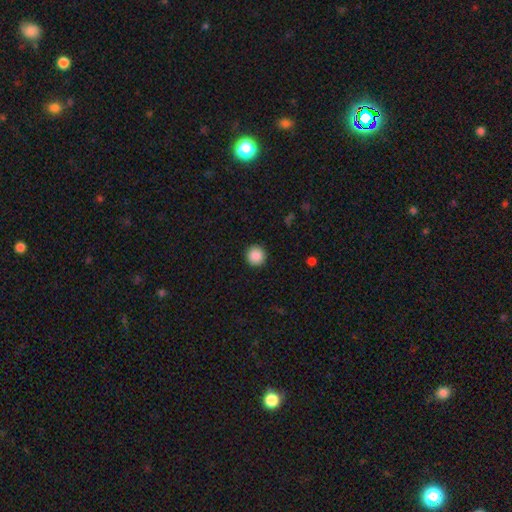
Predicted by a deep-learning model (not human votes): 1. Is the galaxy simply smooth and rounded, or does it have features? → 88% smooth, 9% star or artifact, 3% featured or disk.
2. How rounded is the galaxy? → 95% round, 4% in between, 1% cigar-shaped.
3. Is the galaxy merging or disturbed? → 92% none, 5% minor disturbance, 2% major disturbance, 1% merger.